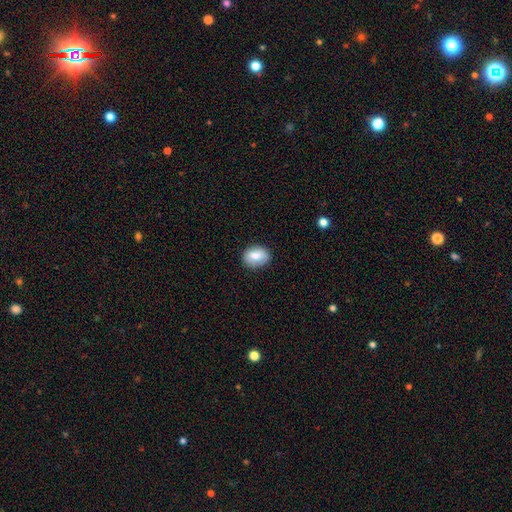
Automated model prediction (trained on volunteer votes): Q: Smooth or featured?
A: smooth (80%); runner-up: featured or disk (13%)
Q: How rounded?
A: in between (65%); runner-up: round (33%)
Q: Merging?
A: none (84%); runner-up: minor disturbance (12%)